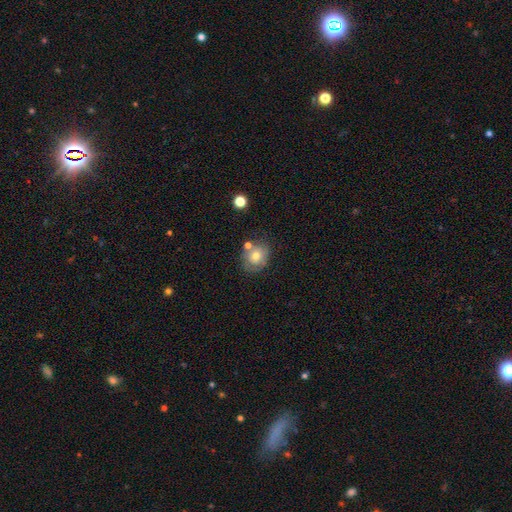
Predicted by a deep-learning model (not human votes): This appears to be a smooth galaxy with no disk features (66%) that is round (57%). Merging: none (58%).